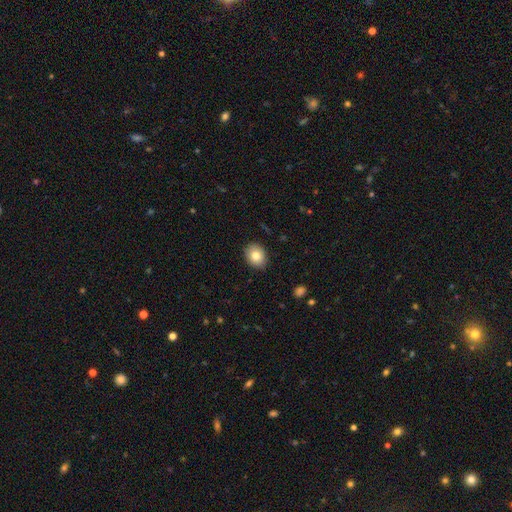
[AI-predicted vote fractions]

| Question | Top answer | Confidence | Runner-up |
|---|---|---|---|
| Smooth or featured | smooth | 81% | featured or disk (10%) |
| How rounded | round | 50% | in between (49%) |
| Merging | none | 88% | minor disturbance (9%) |